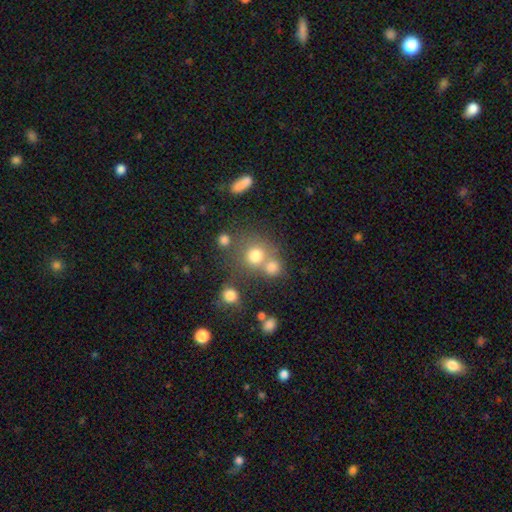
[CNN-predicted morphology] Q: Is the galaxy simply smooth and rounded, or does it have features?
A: smooth — 75%.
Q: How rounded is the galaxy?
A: round — 85%.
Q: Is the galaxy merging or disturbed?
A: none — 53%.